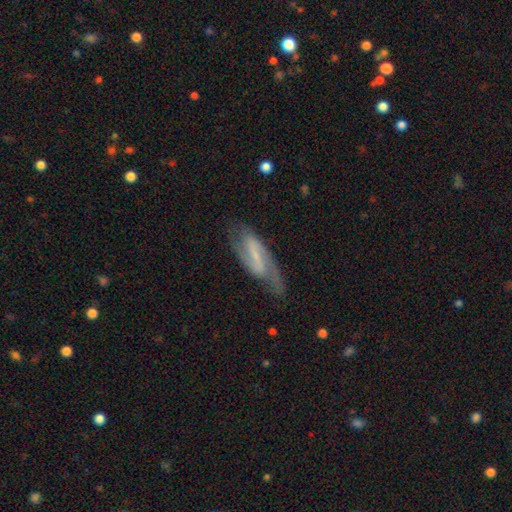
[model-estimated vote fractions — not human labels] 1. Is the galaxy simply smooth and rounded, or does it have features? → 81% featured or disk, 13% smooth, 6% star or artifact.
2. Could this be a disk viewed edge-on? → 91% no, 9% yes.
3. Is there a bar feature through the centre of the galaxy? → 50% strong, 37% weak, 14% no.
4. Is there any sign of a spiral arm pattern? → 93% yes, 7% no.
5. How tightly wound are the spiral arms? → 49% medium, 30% loose, 21% tight.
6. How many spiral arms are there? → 88% 2, 6% can't tell, 3% 1, 1% 3, 1% 4, 1% more than 4.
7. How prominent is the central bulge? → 53% small, 30% none, 14% moderate, 2% large, 1% dominant.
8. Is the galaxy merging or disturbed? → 72% none, 18% minor disturbance, 8% major disturbance, 2% merger.